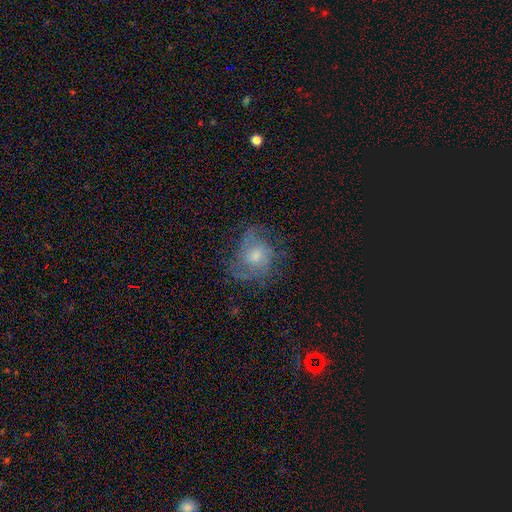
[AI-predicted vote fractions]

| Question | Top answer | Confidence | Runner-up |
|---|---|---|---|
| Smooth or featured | featured or disk | 59% | smooth (31%) |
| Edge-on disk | no | 97% | yes (3%) |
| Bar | no | 63% | weak (33%) |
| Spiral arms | yes | 79% | no (21%) |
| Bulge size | moderate | 47% | small (41%) |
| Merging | none | 58% | minor disturbance (22%) |